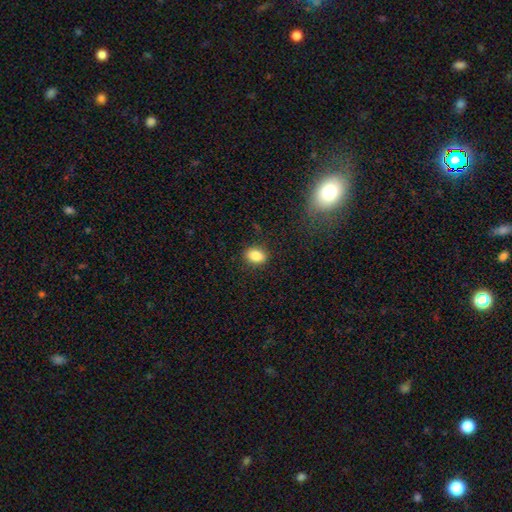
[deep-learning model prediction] Overall: smooth (85%). How rounded: in between (75%). Merging: none (87%).